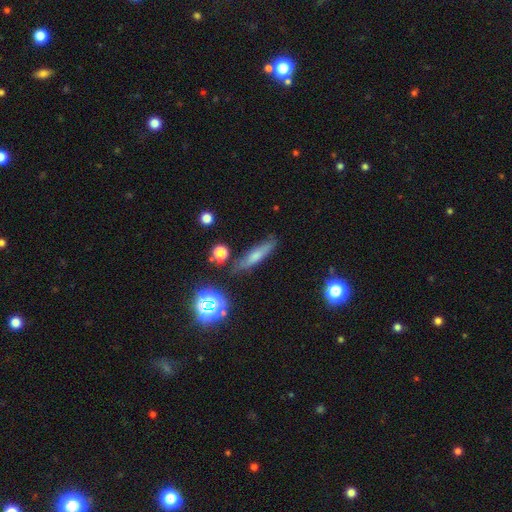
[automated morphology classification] A smooth galaxy with no disk features (60%) that is cigar-shaped (77%). Merging: none (80%).